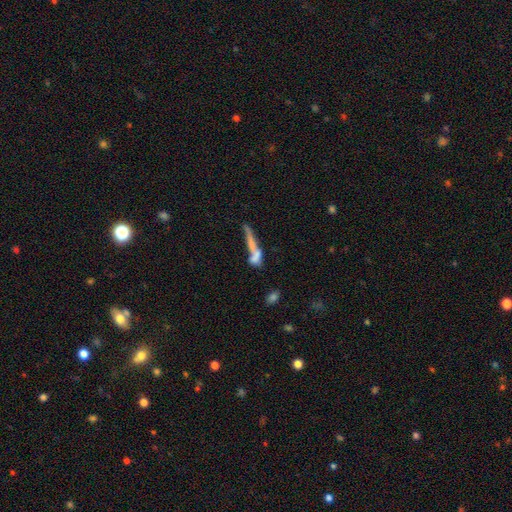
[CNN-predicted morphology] Overall: smooth (51%; featured or disk 38%). How rounded: cigar-shaped (75%). Merging: merger (46%; none 27%).